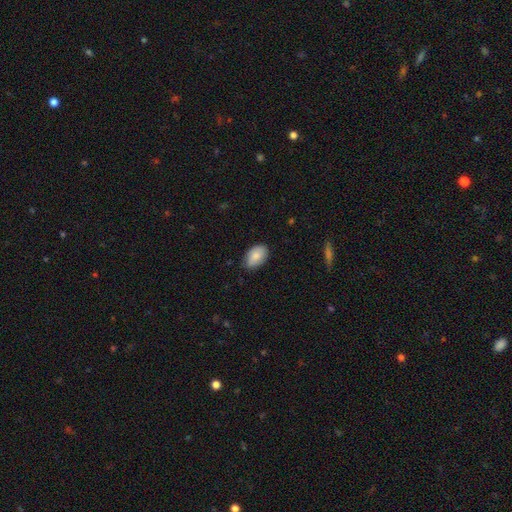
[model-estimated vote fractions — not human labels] Smooth or featured: smooth — 82% (featured or disk — 11%)
How rounded: in between — 90% (round — 8%)
Merging: none — 72% (minor disturbance — 24%)